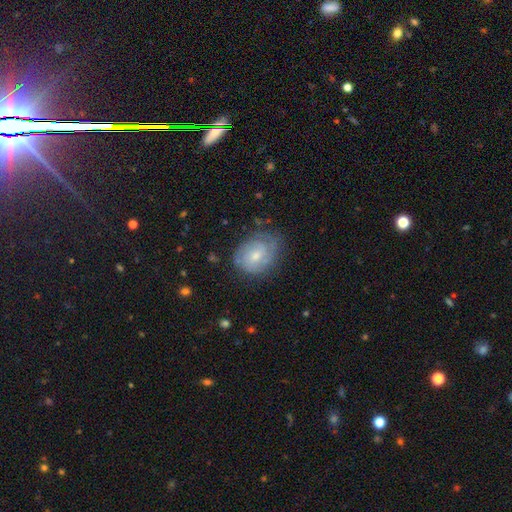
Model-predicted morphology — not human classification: featured or disk 62%, smooth 31%, star or artifact 7%. Down the decision tree: edge-on disk — no (97%); bar — no (59%); spiral arms — yes (86%); spiral arm count — can't tell (39%); spiral winding — tight (59%); bulge size — small (49%); merging — none (67%).